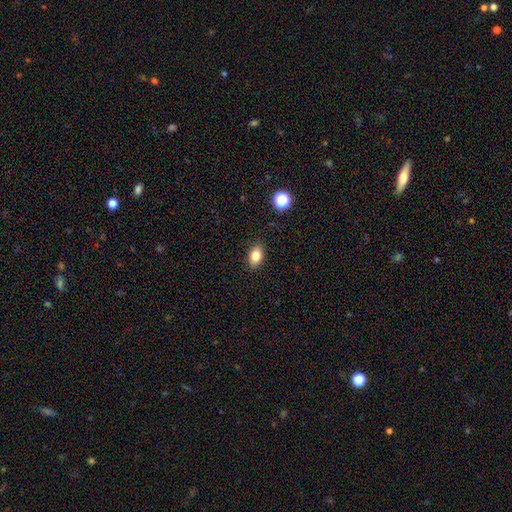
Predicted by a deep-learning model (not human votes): The model was most divided on "how rounded": in between: 81%, round: 18%, cigar-shaped: 2%. More confident: merging — none (88%); smooth or featured — smooth (81%).